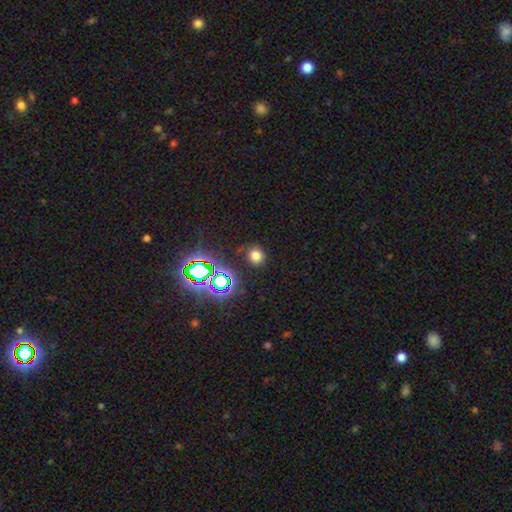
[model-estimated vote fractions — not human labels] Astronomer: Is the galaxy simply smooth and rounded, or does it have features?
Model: smooth — 70%.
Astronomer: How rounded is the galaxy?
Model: round — 80%.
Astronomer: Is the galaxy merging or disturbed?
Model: none — 85%.